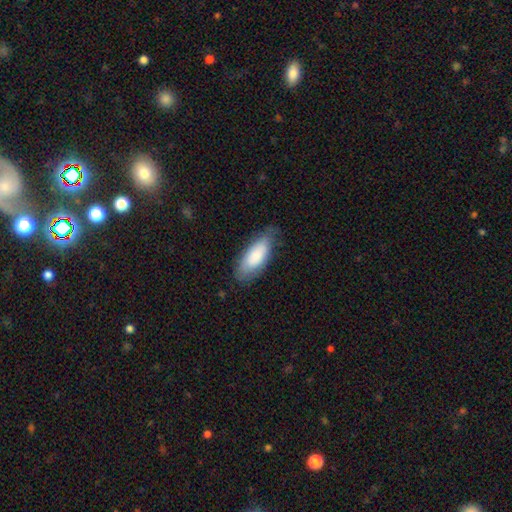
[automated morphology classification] smooth-or-featured: smooth: 80% | featured or disk: 14% | star or artifact: 6%
  how-rounded: in between: 78% | cigar-shaped: 20% | round: 2%
  merging: none: 71% | minor disturbance: 23% | major disturbance: 5% | merger: 1%